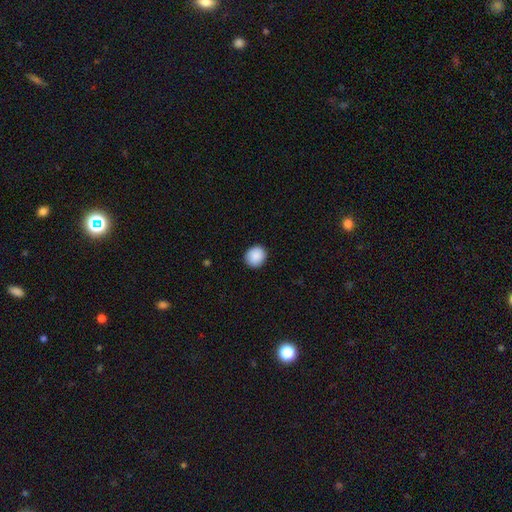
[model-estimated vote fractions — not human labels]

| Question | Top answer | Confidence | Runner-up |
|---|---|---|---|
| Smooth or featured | smooth | 90% | star or artifact (7%) |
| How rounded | round | 82% | in between (17%) |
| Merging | none | 89% | minor disturbance (8%) |